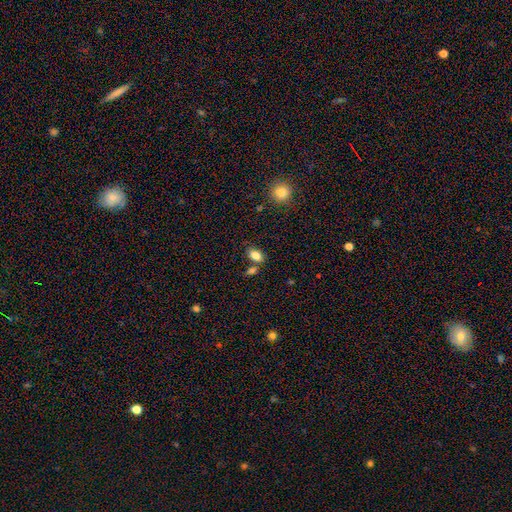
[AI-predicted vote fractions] Q: Smooth or featured?
A: smooth (85%); runner-up: star or artifact (9%)
Q: How rounded?
A: in between (88%); runner-up: round (10%)
Q: Merging?
A: none (65%); runner-up: merger (19%)